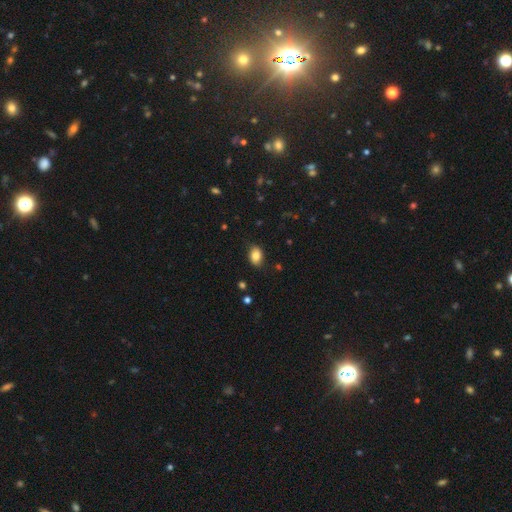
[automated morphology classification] smooth-or-featured: smooth: 83% | featured or disk: 9% | star or artifact: 8%
  how-rounded: in between: 81% | round: 18% | cigar-shaped: 1%
  merging: none: 81% | minor disturbance: 14% | major disturbance: 3% | merger: 1%